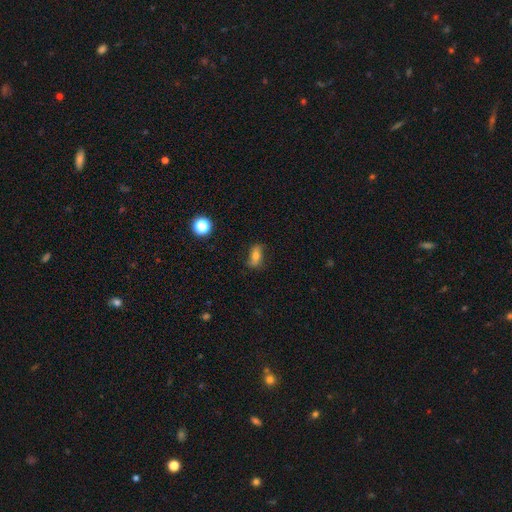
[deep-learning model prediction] smooth_or_featured: smooth (p=0.58) [alt: featured or disk p=0.30]
how_rounded: in between (p=0.77) [alt: cigar-shaped p=0.12]
merging: none (p=0.74) [alt: minor disturbance p=0.19]